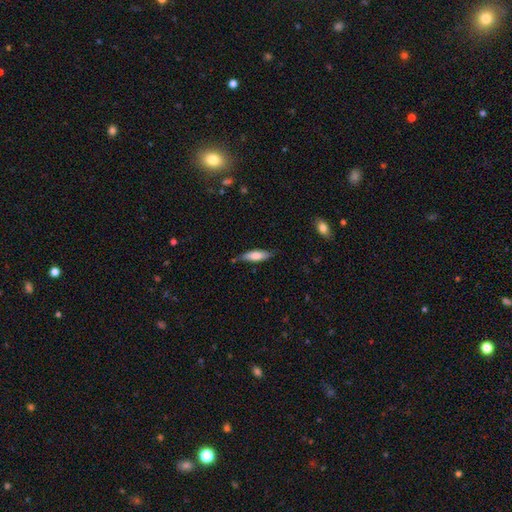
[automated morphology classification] Smooth or featured? smooth (73%)
How rounded? cigar-shaped (50%)
Merging? none (73%)